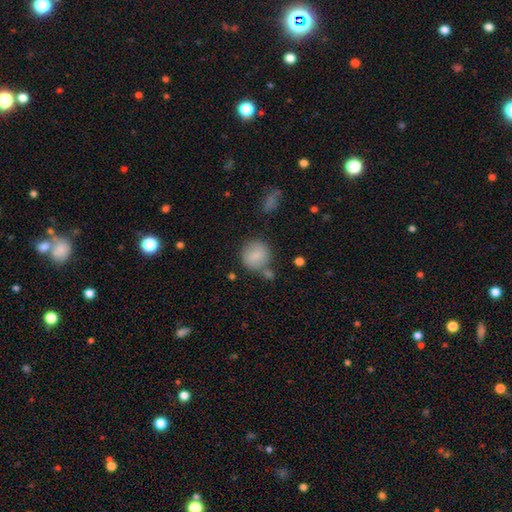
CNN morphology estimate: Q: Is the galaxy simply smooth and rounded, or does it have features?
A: smooth — 83%.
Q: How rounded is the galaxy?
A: round — 86%.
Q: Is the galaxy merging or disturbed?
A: none — 67%.